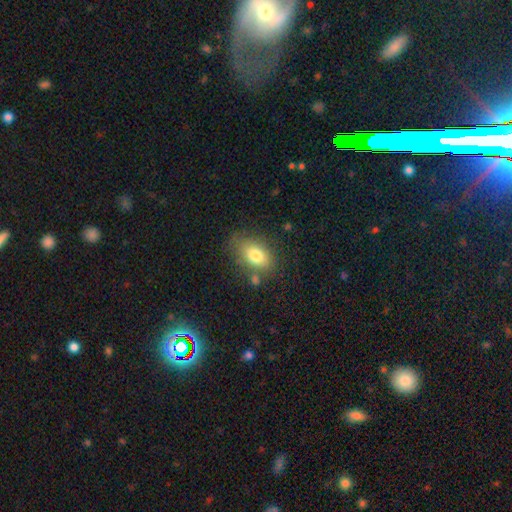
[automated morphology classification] A smooth galaxy with no disk features (78%) that is in between round and cigar-shaped (86%).

Vote fractions:
- Smooth or featured? smooth: 78% / featured or disk: 13% / star or artifact: 9%
- How rounded? in between: 86% / round: 11% / cigar-shaped: 2%
- Merging? none: 70% / minor disturbance: 17% / merger: 7% / major disturbance: 6%